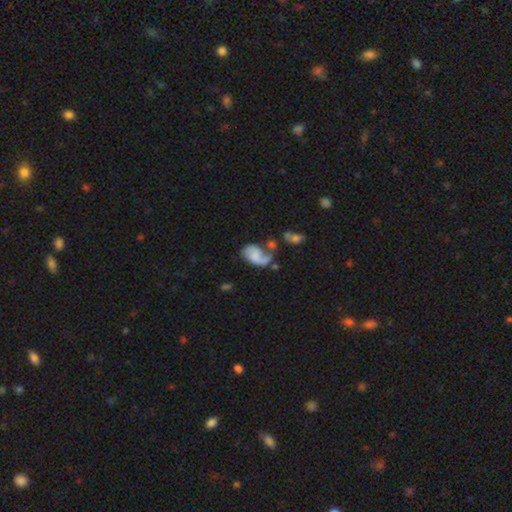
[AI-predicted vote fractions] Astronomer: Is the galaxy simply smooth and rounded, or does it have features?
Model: featured or disk — 65%.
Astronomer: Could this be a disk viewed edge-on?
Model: no — 98%.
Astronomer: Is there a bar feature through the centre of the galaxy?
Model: no — 63%.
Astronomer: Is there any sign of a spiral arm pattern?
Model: yes — 87%.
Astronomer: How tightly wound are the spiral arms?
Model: loose — 56% (runner-up: medium, 32%).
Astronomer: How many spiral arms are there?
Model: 2 — 52% (runner-up: 1, 41%).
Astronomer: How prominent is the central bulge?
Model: none — 51%.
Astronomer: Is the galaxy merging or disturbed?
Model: major disturbance — 32% (runner-up: none, 28%).